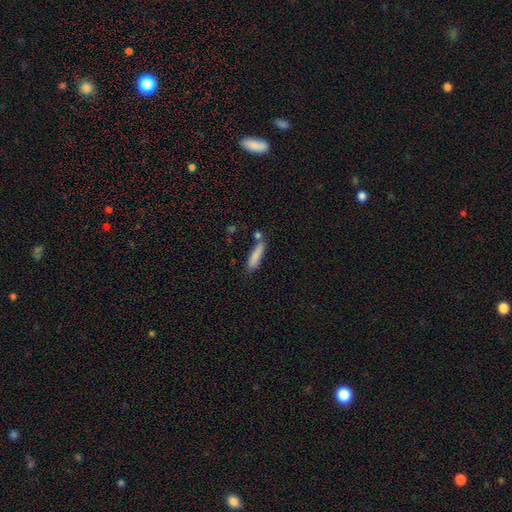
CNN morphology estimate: Smooth or featured? smooth (83%)
How rounded? cigar-shaped (78%)
Merging? none (71%)